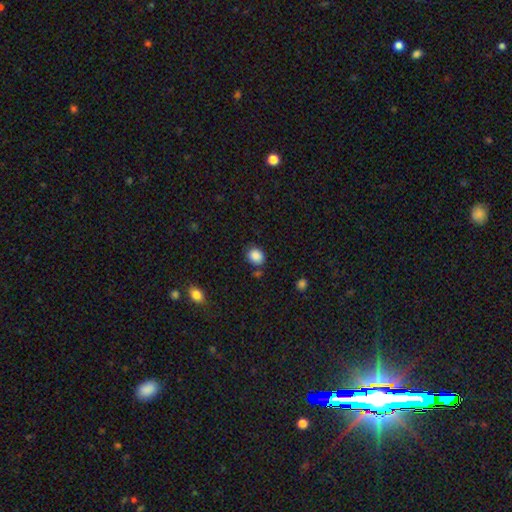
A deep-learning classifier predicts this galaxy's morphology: Smooth or featured?
  - smooth: 87% *
  - star or artifact: 9%
  - featured or disk: 4%
How rounded?
  - round: 55% *
  - in between: 44%
  - cigar-shaped: 1%
Merging?
  - none: 78% *
  - minor disturbance: 14%
  - merger: 5%
  - major disturbance: 4%